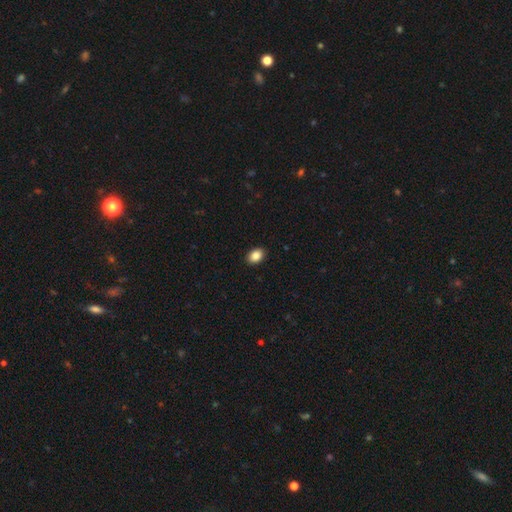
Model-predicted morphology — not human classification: smooth-or-featured: smooth: 87% | star or artifact: 8% | featured or disk: 5%
  how-rounded: in between: 77% | round: 22% | cigar-shaped: 1%
  merging: none: 91% | minor disturbance: 7% | major disturbance: 2% | merger: 1%